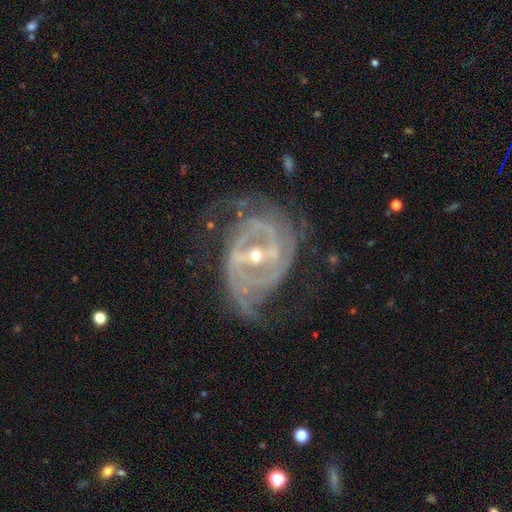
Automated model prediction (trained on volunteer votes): Q: Smooth or featured?
A: featured or disk (91%); runner-up: star or artifact (5%)
Q: Edge-on disk?
A: no (96%); runner-up: yes (4%)
Q: Bar?
A: strong (64%); runner-up: weak (27%)
Q: Spiral arms?
A: yes (94%); runner-up: no (6%)
Q: Spiral winding?
A: medium (43%); runner-up: tight (41%)
Q: Spiral arm count?
A: 2 (48%); runner-up: can't tell (18%)
Q: Bulge size?
A: small (62%); runner-up: moderate (35%)
Q: Merging?
A: none (55%); runner-up: major disturbance (22%)